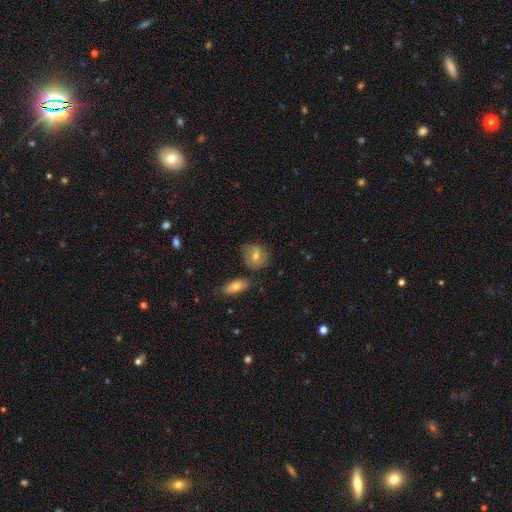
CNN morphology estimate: Q: Smooth or featured?
A: smooth (57%); runner-up: featured or disk (33%)
Q: How rounded?
A: round (60%); runner-up: in between (38%)
Q: Merging?
A: none (73%); runner-up: minor disturbance (16%)